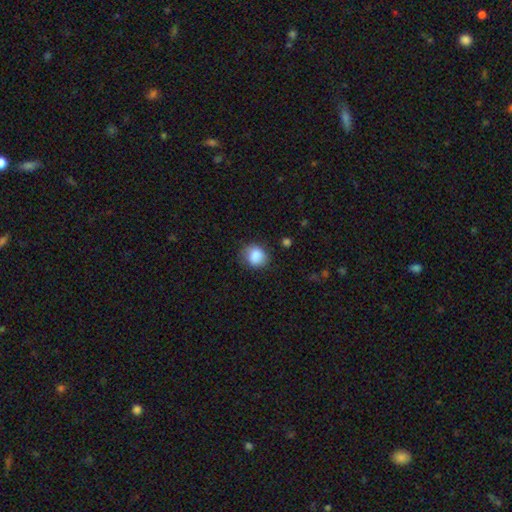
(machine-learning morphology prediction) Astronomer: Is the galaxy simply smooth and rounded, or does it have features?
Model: smooth — 86%.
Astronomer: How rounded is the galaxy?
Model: round — 71%.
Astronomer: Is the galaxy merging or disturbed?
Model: none — 72%.